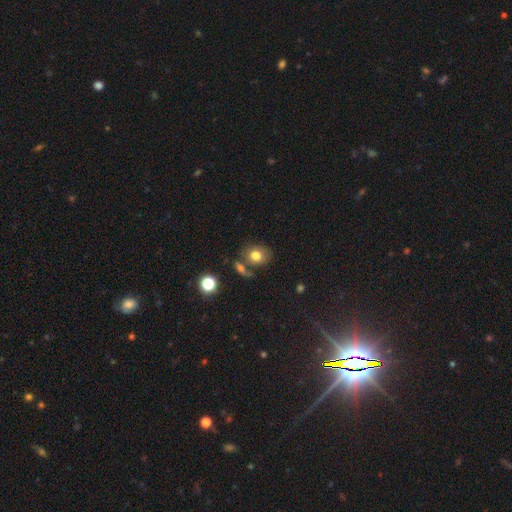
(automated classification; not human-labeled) smooth 76%, featured or disk 13%, star or artifact 11%. Down the decision tree: how rounded — round (62%); merging — none (62%).